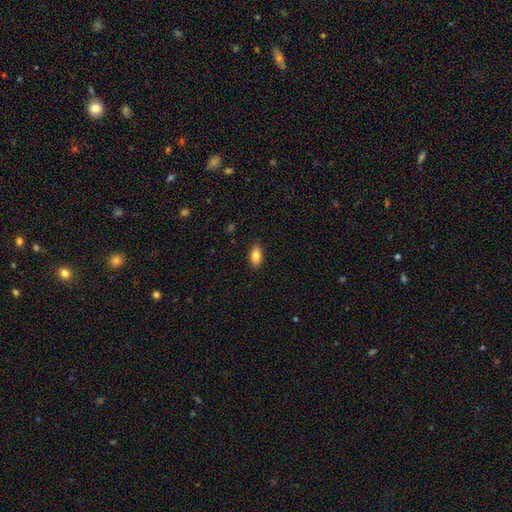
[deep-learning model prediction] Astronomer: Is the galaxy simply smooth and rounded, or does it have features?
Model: smooth — 84%.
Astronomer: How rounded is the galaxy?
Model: in between — 91%.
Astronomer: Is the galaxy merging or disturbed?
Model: none — 88%.